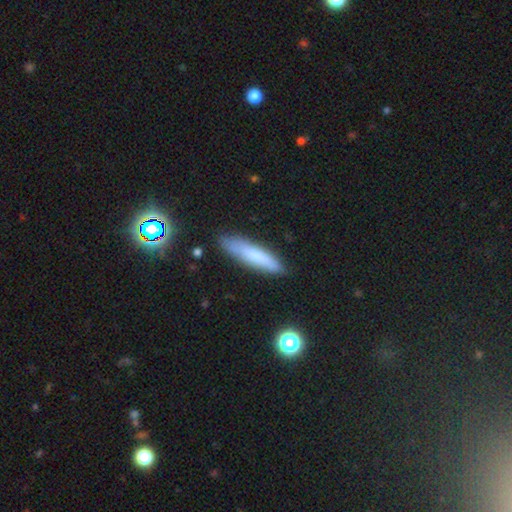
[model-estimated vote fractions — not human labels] Smooth or featured?
  - smooth: 73% *
  - featured or disk: 20%
  - star or artifact: 7%
How rounded?
  - cigar-shaped: 77% *
  - in between: 22%
  - round: 2%
Merging?
  - none: 82% *
  - minor disturbance: 13%
  - major disturbance: 3%
  - merger: 2%